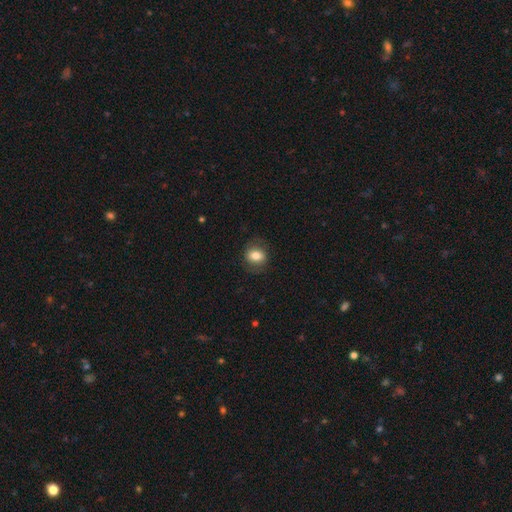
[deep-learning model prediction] Smooth or featured: smooth — 76% (featured or disk — 16%)
How rounded: in between — 51% (round — 48%)
Merging: none — 78% (minor disturbance — 14%)